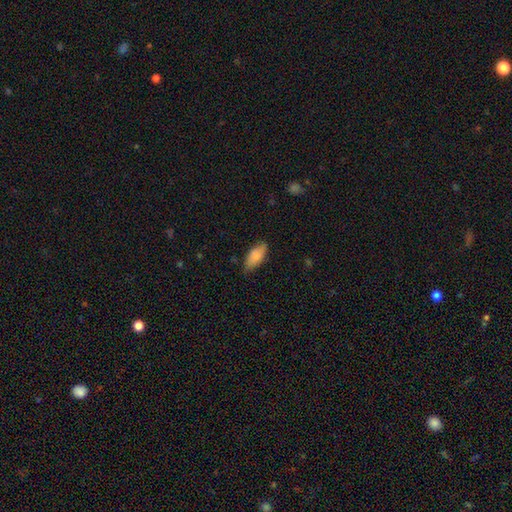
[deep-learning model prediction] Smooth or featured? smooth (84%)
How rounded? in between (87%)
Merging? none (75%)